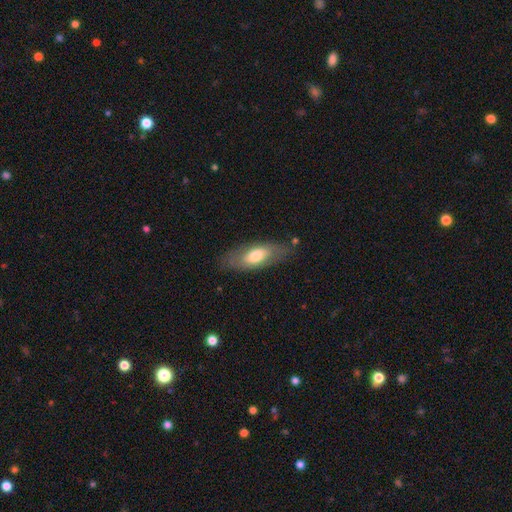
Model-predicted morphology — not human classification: The model was most divided on "smooth or featured": smooth: 62%, featured or disk: 32%, star or artifact: 6%. More confident: how rounded — in between (77%); merging — none (77%).